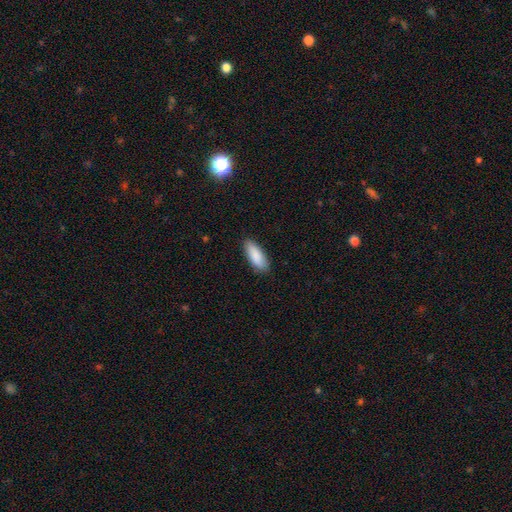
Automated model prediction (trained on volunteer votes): A smooth galaxy with no disk features (89%) that is in between round and cigar-shaped (72%). Merging: none (87%).